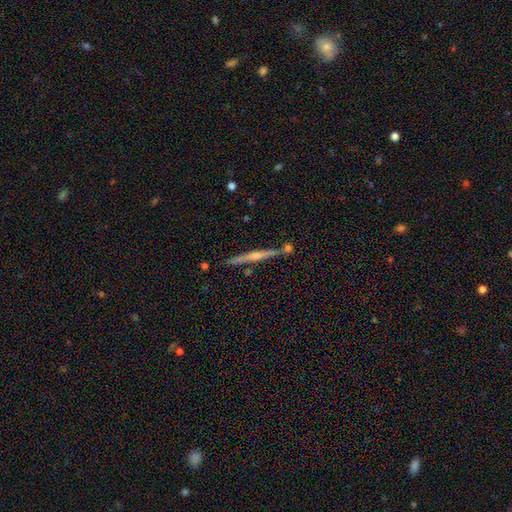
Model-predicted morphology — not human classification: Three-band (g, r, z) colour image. It shows a featured or disk galaxy (71%) viewed edge-on (96%) with a rounded central bulge (70%). Merging: none (83%).